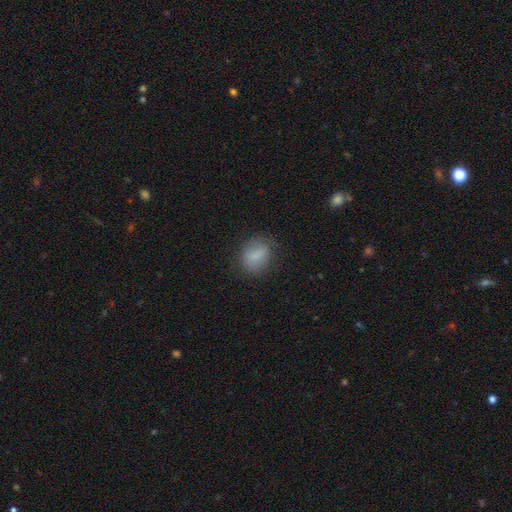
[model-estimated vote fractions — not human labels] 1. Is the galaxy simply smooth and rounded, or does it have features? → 78% smooth, 14% featured or disk, 9% star or artifact.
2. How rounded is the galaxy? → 56% in between, 41% round, 2% cigar-shaped.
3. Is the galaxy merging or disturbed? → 76% none, 17% minor disturbance, 6% major disturbance, 1% merger.